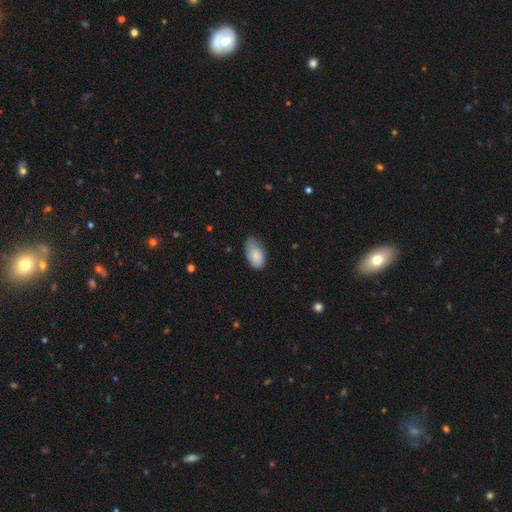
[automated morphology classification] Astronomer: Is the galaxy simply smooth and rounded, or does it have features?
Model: smooth — 86%.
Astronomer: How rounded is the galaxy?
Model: in between — 94%.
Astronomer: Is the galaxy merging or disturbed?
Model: none — 53% (runner-up: minor disturbance, 38%).